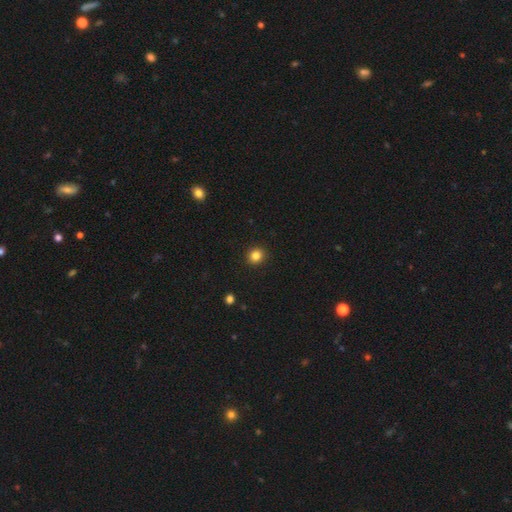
Smooth or featured?
  - smooth: 85% *
  - star or artifact: 12%
  - featured or disk: 2%
How rounded?
  - round: 91% *
  - in between: 9%
  - cigar-shaped: 0%
Merging?
  - none: 91% *
  - minor disturbance: 6%
  - merger: 3%
  - major disturbance: 0%